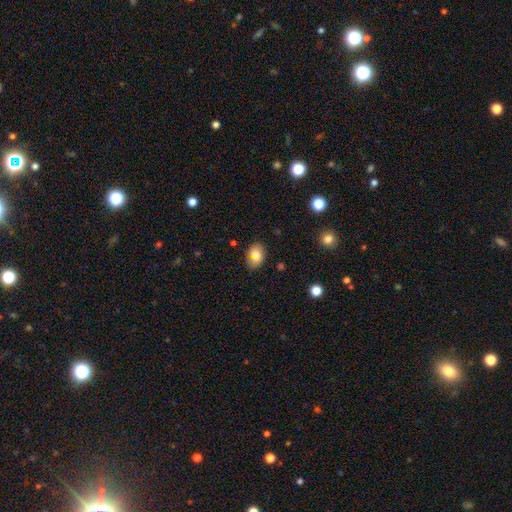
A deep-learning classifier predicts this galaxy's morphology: A smooth galaxy with no disk features (80%) that is in between round and cigar-shaped (80%).

Vote fractions:
- Smooth or featured? smooth: 80% / featured or disk: 11% / star or artifact: 10%
- How rounded? in between: 80% / round: 19% / cigar-shaped: 1%
- Merging? none: 78% / minor disturbance: 15% / merger: 4% / major disturbance: 3%